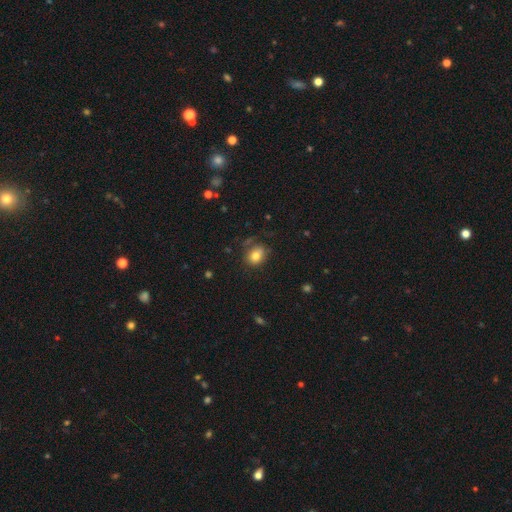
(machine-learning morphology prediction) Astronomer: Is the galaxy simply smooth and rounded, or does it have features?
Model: smooth — 79%.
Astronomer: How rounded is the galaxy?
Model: round — 54% (runner-up: in between, 45%).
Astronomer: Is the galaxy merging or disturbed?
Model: none — 69%.